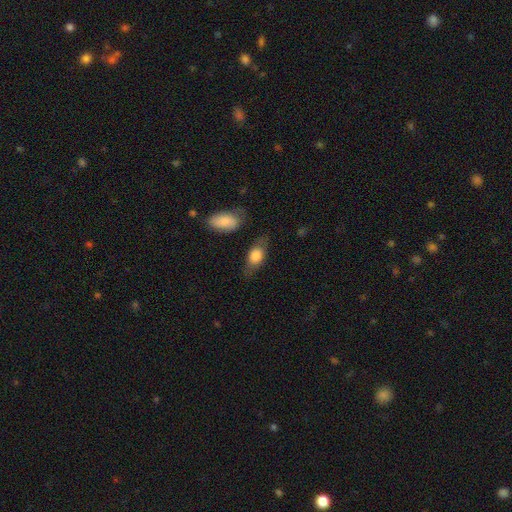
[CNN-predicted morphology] smooth_or_featured: smooth (p=0.73) [alt: featured or disk p=0.21]
how_rounded: in between (p=0.80) [alt: cigar-shaped p=0.11]
merging: none (p=0.71) [alt: minor disturbance p=0.19]